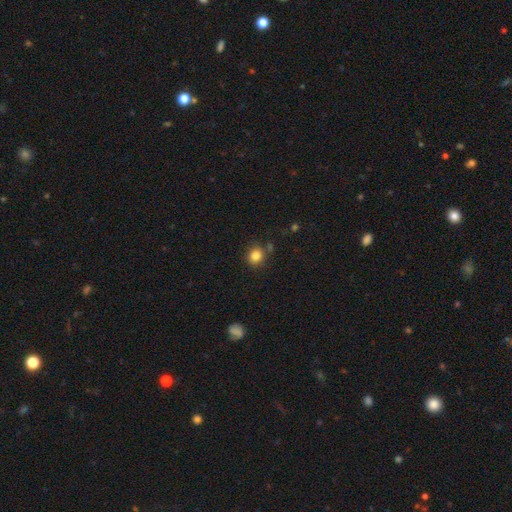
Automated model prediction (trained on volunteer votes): Smooth or featured? Predicted: smooth (p=0.83). How rounded? Predicted: round (p=0.81). Merging? Predicted: none (p=0.81).